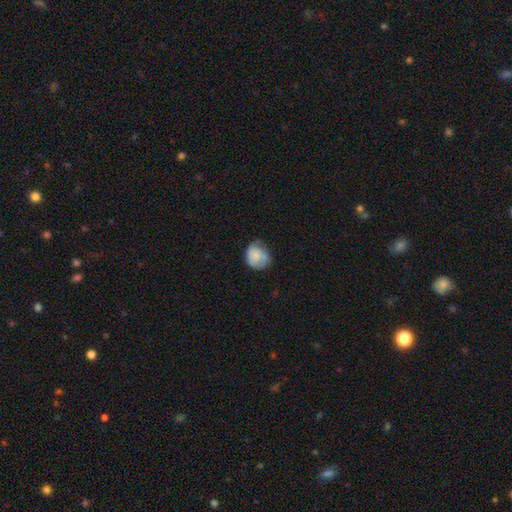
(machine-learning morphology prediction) A smooth galaxy with no disk features (73%) that is round (67%).

Vote fractions:
- Smooth or featured? smooth: 73% / featured or disk: 19% / star or artifact: 8%
- How rounded? round: 67% / in between: 32% / cigar-shaped: 1%
- Merging? none: 49% / minor disturbance: 36% / major disturbance: 12% / merger: 2%